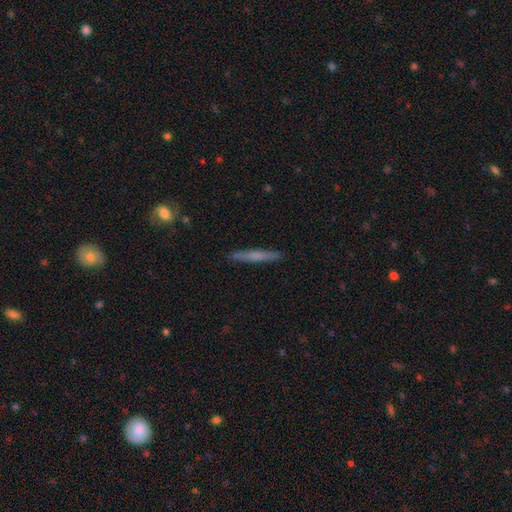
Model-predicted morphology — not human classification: smooth 52%, featured or disk 42%, star or artifact 6%. Down the decision tree: how rounded — cigar-shaped (96%); merging — none (91%).